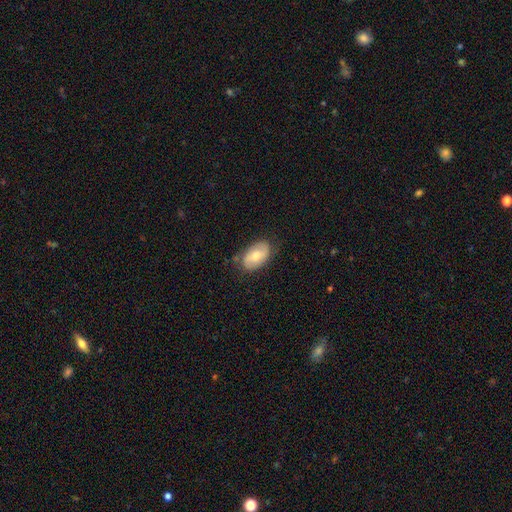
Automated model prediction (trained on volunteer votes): smooth_or_featured: smooth (p=0.52) [alt: featured or disk p=0.42]
how_rounded: in between (p=0.91) [alt: round p=0.08]
merging: none (p=0.73) [alt: minor disturbance p=0.21]